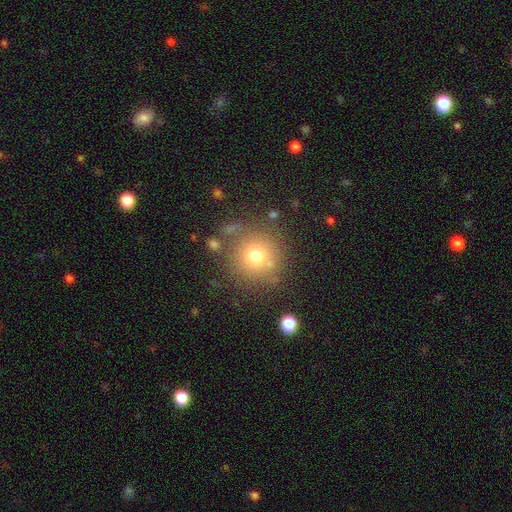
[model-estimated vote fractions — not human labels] Smooth or featured: smooth — 72% (star or artifact — 15%)
How rounded: round — 94% (in between — 5%)
Merging: none — 76% (minor disturbance — 11%)